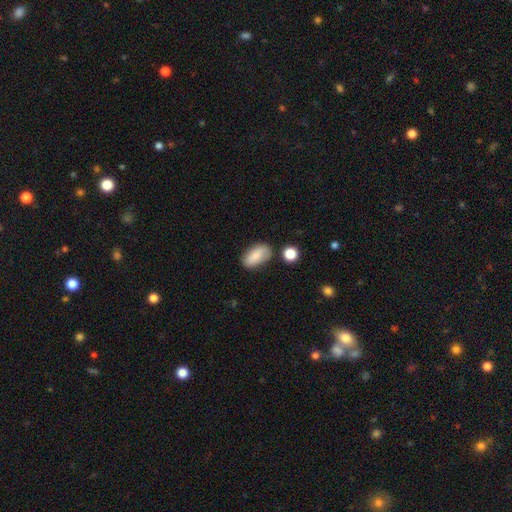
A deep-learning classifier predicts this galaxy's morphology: Smooth or featured? smooth (82%)
How rounded? in between (92%)
Merging? none (72%)